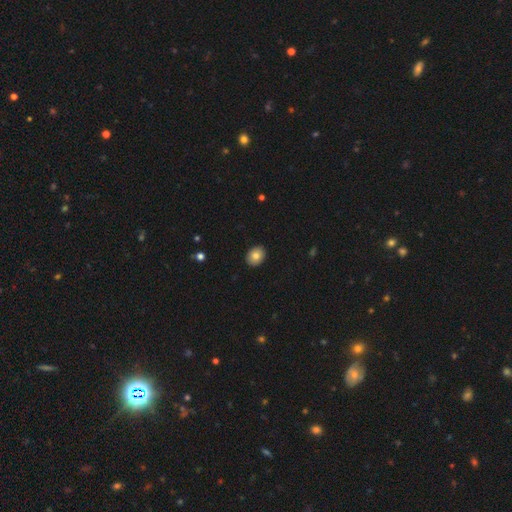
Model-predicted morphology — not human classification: A smooth galaxy with no disk features (81%) that is in between round and cigar-shaped (61%). Merging: none (91%).